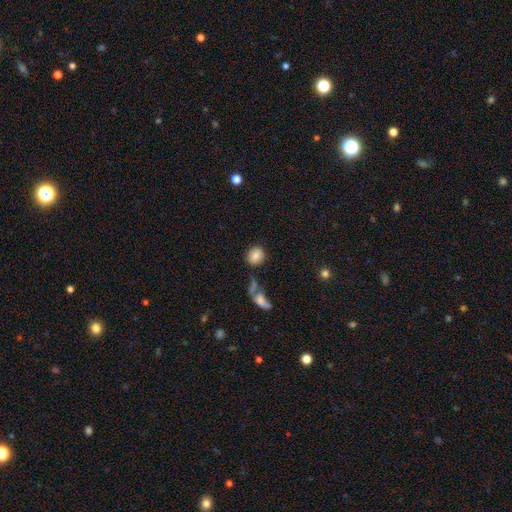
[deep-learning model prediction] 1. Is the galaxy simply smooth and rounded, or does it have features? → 83% smooth, 9% star or artifact, 8% featured or disk.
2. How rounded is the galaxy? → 71% round, 27% in between, 2% cigar-shaped.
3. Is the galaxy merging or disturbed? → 75% none, 11% minor disturbance, 9% merger, 5% major disturbance.